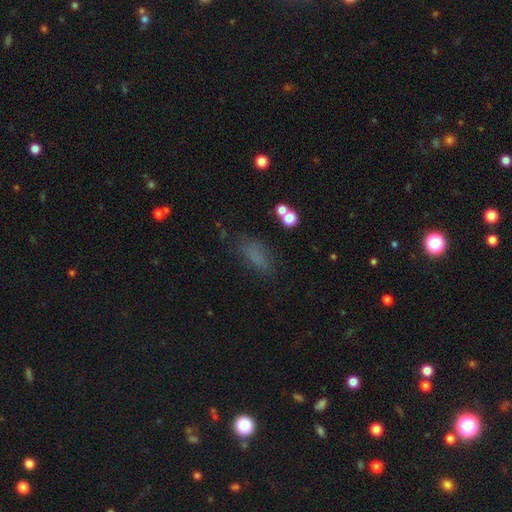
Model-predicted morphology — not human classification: This appears to be a smooth galaxy with no disk features (70%) that is in between round and cigar-shaped (72%). Merging: none (65%).